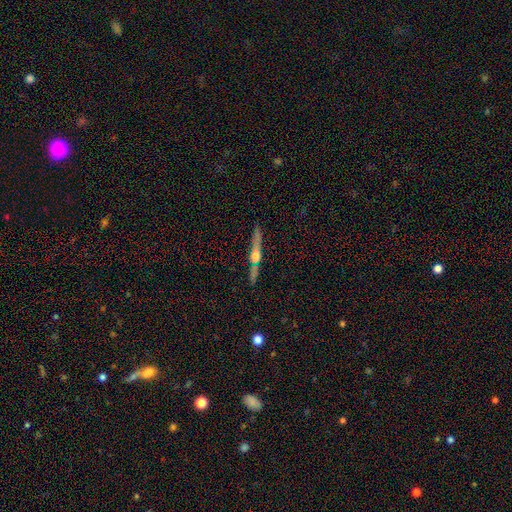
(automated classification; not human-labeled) The model was most divided on "smooth or featured": featured or disk: 66%, smooth: 24%, star or artifact: 10%. More confident: edge-on disk — yes (95%); edge-on bulge — rounded (89%); merging — none (81%).